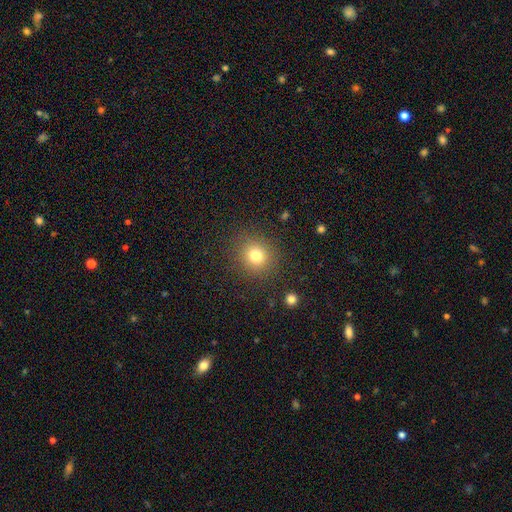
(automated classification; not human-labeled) smooth_or_featured: smooth (p=0.78) [alt: star or artifact p=0.14]
how_rounded: round (p=0.88) [alt: in between p=0.12]
merging: none (p=0.88) [alt: minor disturbance p=0.08]